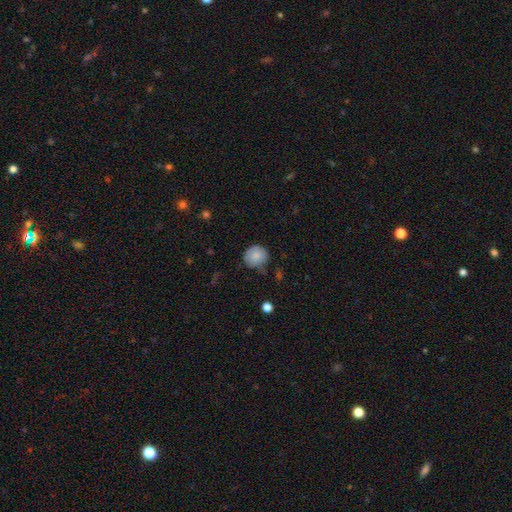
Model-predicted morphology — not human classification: Overall: smooth (83%). How rounded: round (90%). Merging: none (70%).